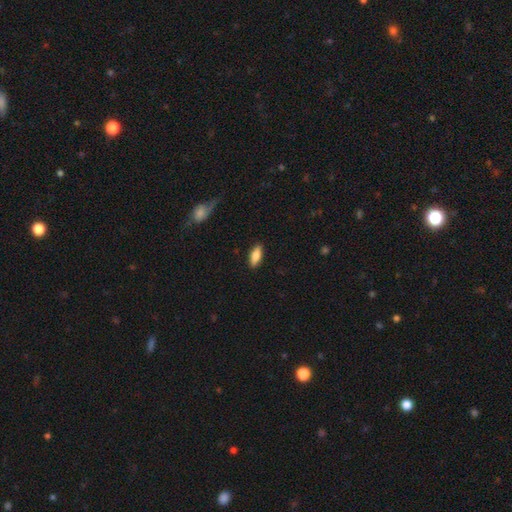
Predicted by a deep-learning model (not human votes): This is likely a smooth galaxy (76%). How rounded: likely in between (68%). Merging: clearly none (88%).